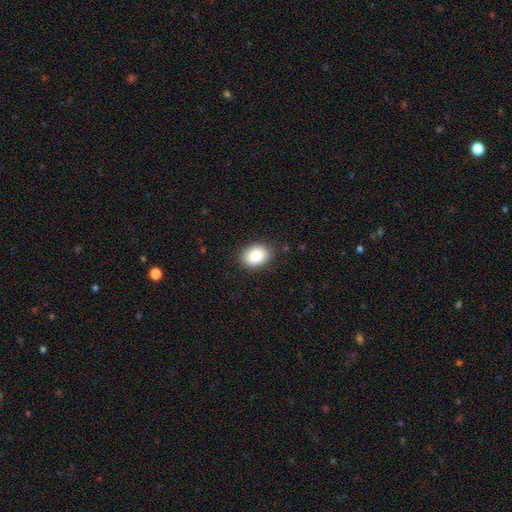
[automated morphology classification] This is clearly a smooth galaxy (84%). How rounded: likely in between (70%). Merging: clearly none (87%).